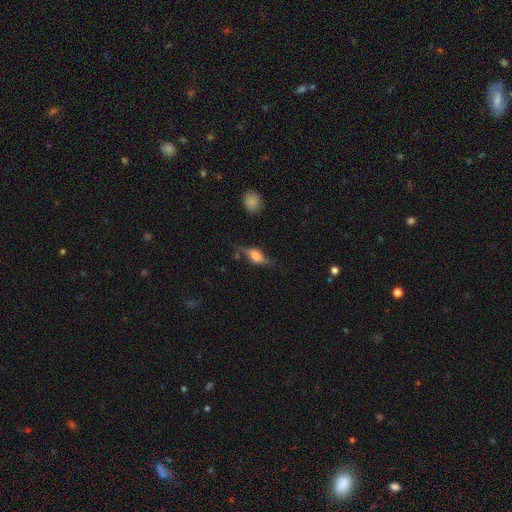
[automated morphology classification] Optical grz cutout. It shows a featured or disk galaxy (58%) viewed edge-on (76%). Merging: none (61%).